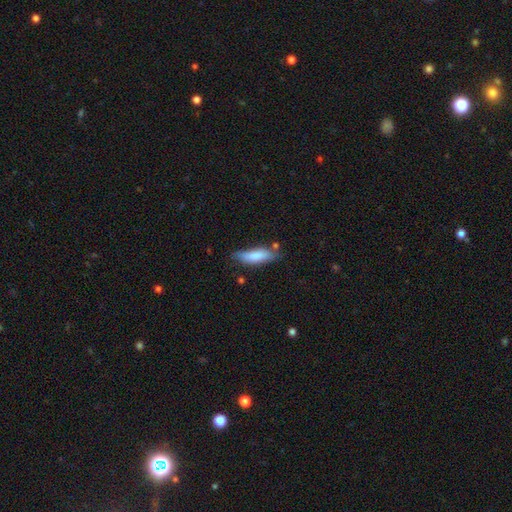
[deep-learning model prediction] Smooth or featured?
  - smooth: 80% *
  - featured or disk: 14%
  - star or artifact: 6%
How rounded?
  - cigar-shaped: 53% *
  - in between: 46%
  - round: 2%
Merging?
  - none: 68% *
  - minor disturbance: 22%
  - merger: 5%
  - major disturbance: 5%